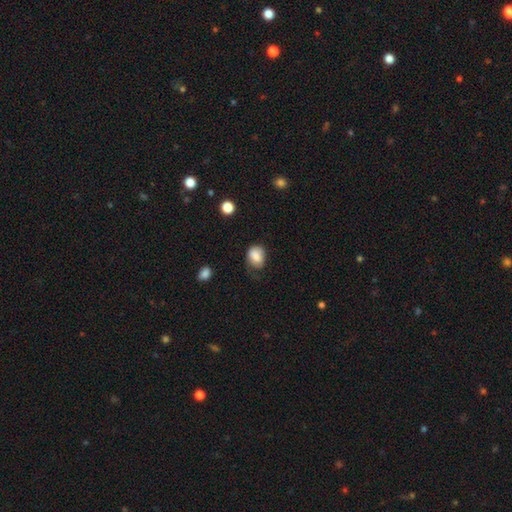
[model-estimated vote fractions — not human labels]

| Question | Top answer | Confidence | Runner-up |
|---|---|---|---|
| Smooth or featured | smooth | 83% | featured or disk (10%) |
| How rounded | in between | 64% | round (35%) |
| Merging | none | 50% | minor disturbance (33%) |